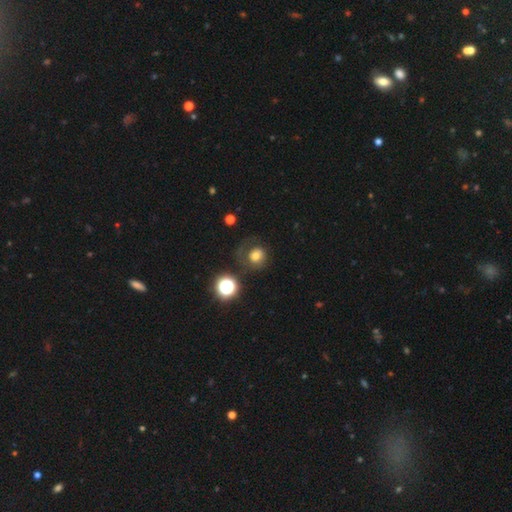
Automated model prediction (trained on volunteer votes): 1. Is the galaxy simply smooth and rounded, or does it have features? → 64% smooth, 24% featured or disk, 12% star or artifact.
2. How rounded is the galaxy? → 82% round, 17% in between, 1% cigar-shaped.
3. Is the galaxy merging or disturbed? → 51% none, 25% major disturbance, 20% minor disturbance, 4% merger.